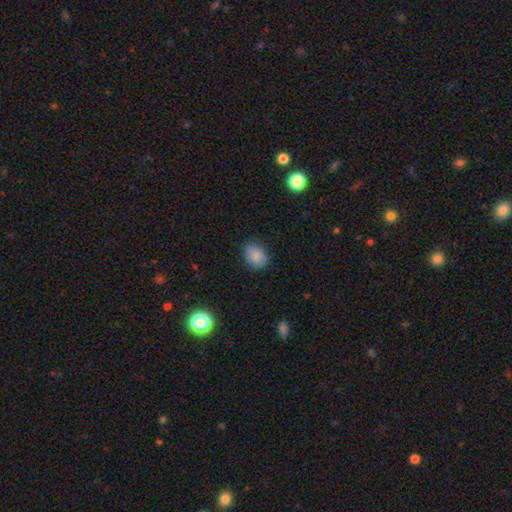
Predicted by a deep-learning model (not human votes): Q: Smooth or featured?
A: smooth (86%); runner-up: star or artifact (9%)
Q: How rounded?
A: in between (51%); runner-up: round (48%)
Q: Merging?
A: none (84%); runner-up: minor disturbance (12%)